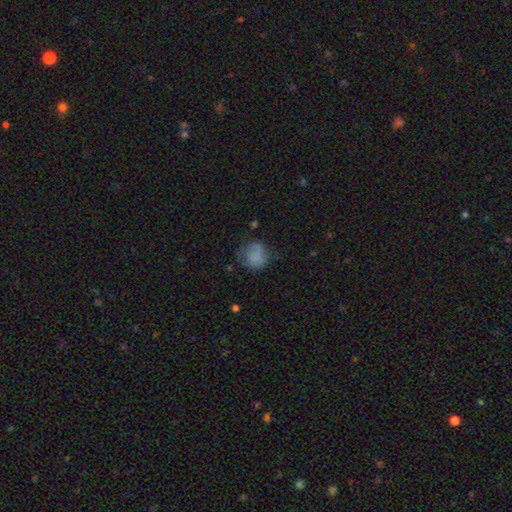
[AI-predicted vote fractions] smooth_or_featured: smooth (p=0.76) [alt: featured or disk p=0.14]
how_rounded: round (p=0.79) [alt: in between p=0.20]
merging: none (p=0.57) [alt: minor disturbance p=0.28]